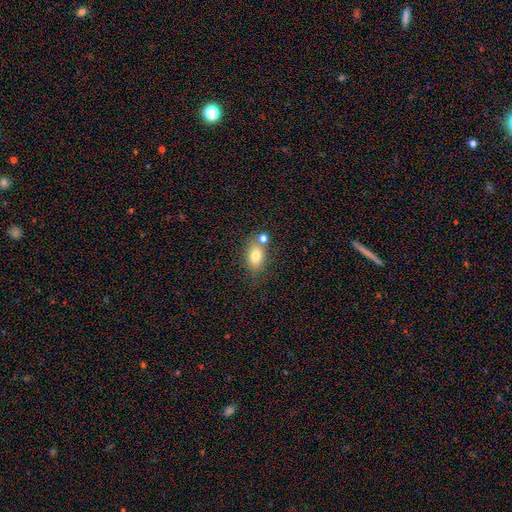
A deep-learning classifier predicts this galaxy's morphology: smooth_or_featured: smooth (p=0.77) [alt: featured or disk p=0.13]
how_rounded: in between (p=0.73) [alt: round p=0.25]
merging: none (p=0.59) [alt: merger p=0.24]